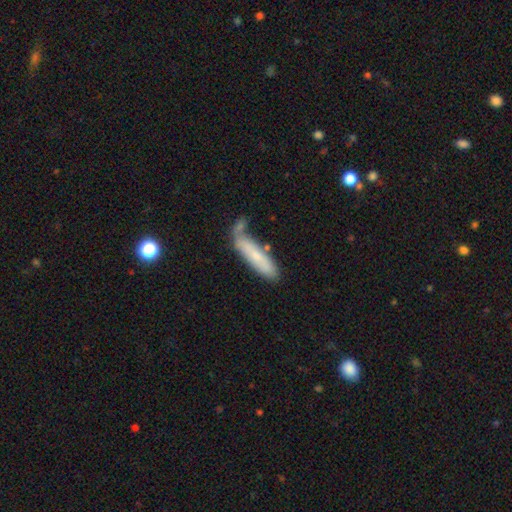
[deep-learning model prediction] smooth 67%, featured or disk 26%, star or artifact 7%. Down the decision tree: how rounded — cigar-shaped (75%); merging — none (45%).